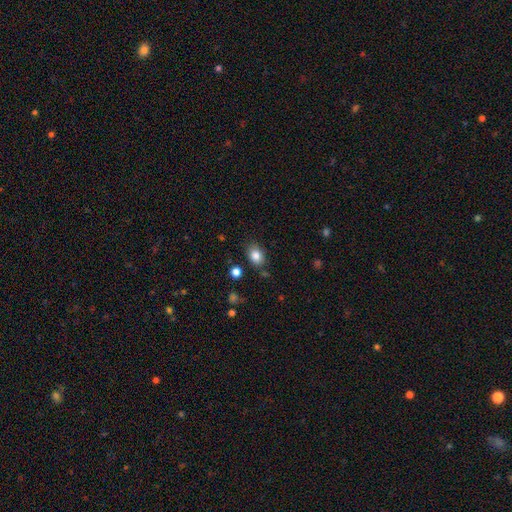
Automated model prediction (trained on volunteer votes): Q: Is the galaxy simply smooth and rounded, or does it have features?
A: smooth — 83%.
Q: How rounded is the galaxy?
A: in between — 73%.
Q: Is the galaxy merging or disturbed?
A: none — 80%.